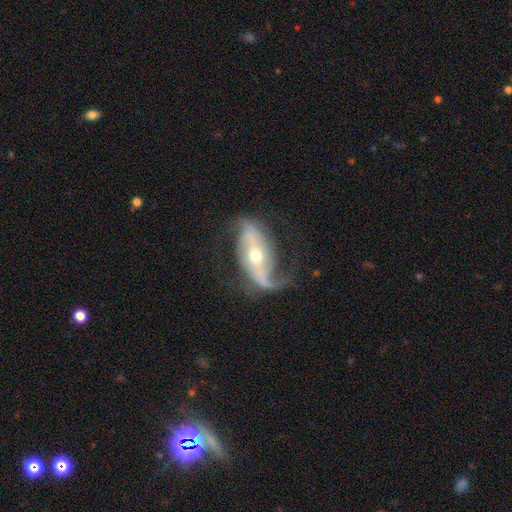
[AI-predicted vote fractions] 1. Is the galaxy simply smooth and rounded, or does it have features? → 86% featured or disk, 8% smooth, 5% star or artifact.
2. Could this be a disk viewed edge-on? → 93% no, 7% yes.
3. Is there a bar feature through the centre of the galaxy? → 42% strong, 30% no, 28% weak.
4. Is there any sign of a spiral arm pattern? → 94% yes, 6% no.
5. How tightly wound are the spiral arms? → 60% loose, 29% medium, 11% tight.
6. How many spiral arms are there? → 83% 2, 9% 1, 4% can't tell, 2% 3, 1% 4, 1% more than 4.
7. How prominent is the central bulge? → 56% moderate, 40% small, 3% large, 1% dominant, 1% none.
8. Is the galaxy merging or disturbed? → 62% none, 20% minor disturbance, 16% major disturbance, 2% merger.